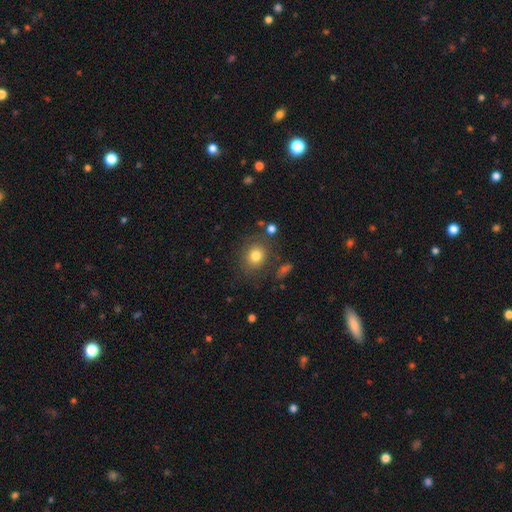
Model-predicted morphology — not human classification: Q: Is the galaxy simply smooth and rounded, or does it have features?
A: smooth — 78%.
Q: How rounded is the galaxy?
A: round — 70%.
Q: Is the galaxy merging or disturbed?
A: none — 78%.